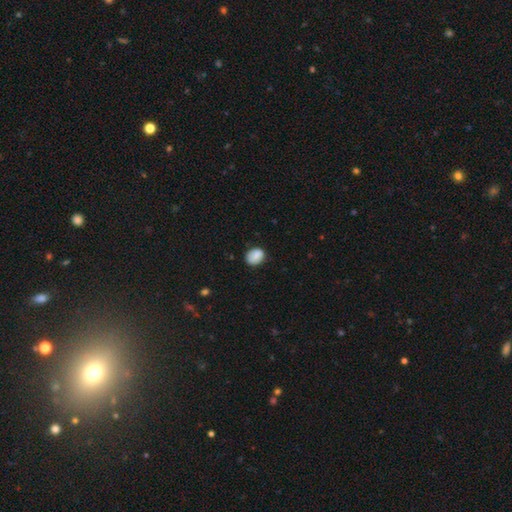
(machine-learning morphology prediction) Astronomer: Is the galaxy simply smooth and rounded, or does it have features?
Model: smooth — 84%.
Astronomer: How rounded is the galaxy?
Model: in between — 54% (runner-up: round, 45%).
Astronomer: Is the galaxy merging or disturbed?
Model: none — 75%.